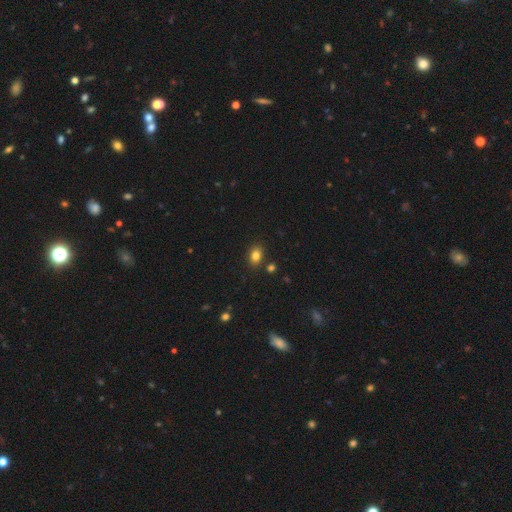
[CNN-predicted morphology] smooth-or-featured: smooth: 83% | star or artifact: 11% | featured or disk: 6%
  how-rounded: in between: 70% | round: 29% | cigar-shaped: 1%
  merging: none: 83% | minor disturbance: 10% | merger: 5% | major disturbance: 3%